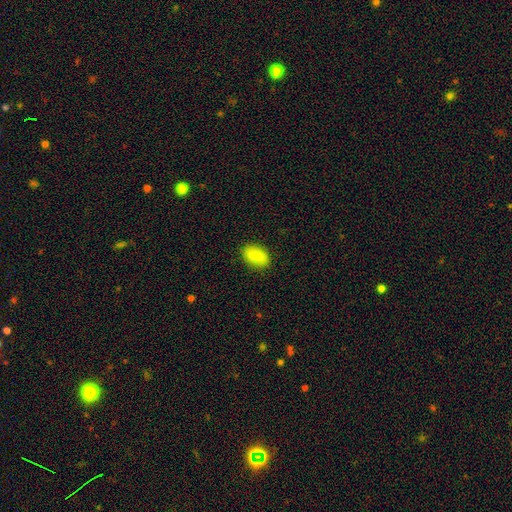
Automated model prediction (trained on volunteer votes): A smooth galaxy with no disk features (81%) that is in between round and cigar-shaped (87%).

Vote fractions:
- Smooth or featured? smooth: 81% / featured or disk: 12% / star or artifact: 8%
- How rounded? in between: 87% / round: 12% / cigar-shaped: 1%
- Merging? none: 86% / minor disturbance: 11% / major disturbance: 2% / merger: 1%